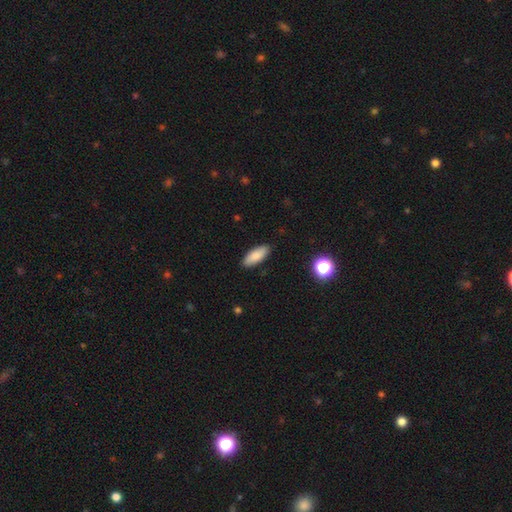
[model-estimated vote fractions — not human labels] Smooth or featured?
  - smooth: 85% *
  - featured or disk: 9%
  - star or artifact: 7%
How rounded?
  - in between: 76% *
  - cigar-shaped: 22%
  - round: 2%
Merging?
  - none: 89% *
  - minor disturbance: 8%
  - major disturbance: 2%
  - merger: 1%